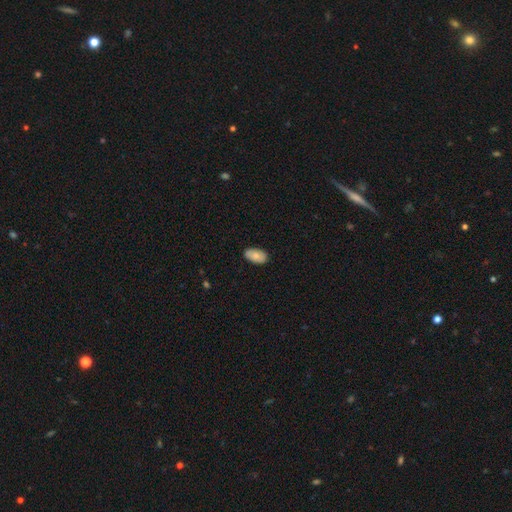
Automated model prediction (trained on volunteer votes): A smooth galaxy with no disk features (78%) that is in between round and cigar-shaped (94%).

Vote fractions:
- Smooth or featured? smooth: 78% / featured or disk: 15% / star or artifact: 7%
- How rounded? in between: 94% / round: 4% / cigar-shaped: 2%
- Merging? none: 84% / minor disturbance: 13% / major disturbance: 2% / merger: 1%